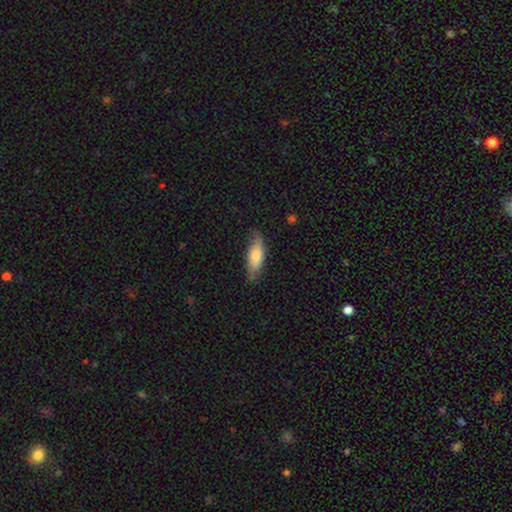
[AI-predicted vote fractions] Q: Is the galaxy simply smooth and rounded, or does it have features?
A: smooth — 69%.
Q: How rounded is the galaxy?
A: in between — 64%.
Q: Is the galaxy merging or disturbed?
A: none — 75%.